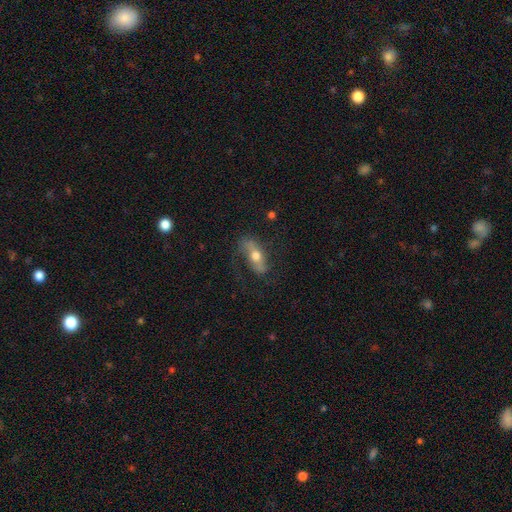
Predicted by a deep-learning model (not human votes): featured or disk 54%, smooth 38%, star or artifact 8%. Down the decision tree: edge-on disk — no (70%); merging — none (61%).